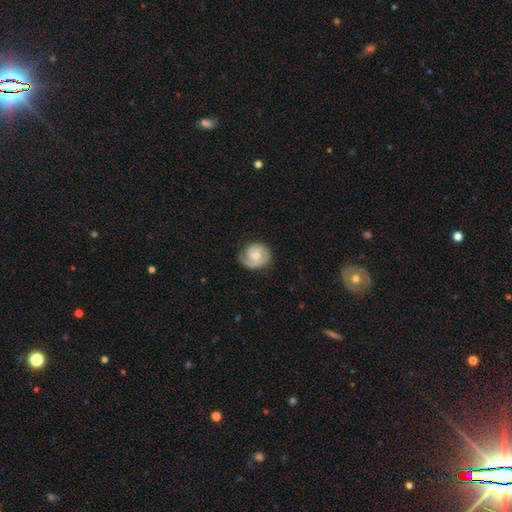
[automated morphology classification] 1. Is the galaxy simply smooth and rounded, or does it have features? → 53% featured or disk, 41% smooth, 6% star or artifact.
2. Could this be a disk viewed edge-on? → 97% no, 3% yes.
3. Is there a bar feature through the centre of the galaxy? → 75% no, 22% weak, 3% strong.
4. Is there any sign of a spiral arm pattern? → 85% yes, 15% no.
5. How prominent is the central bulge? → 48% moderate, 45% small, 3% large, 3% none, 1% dominant.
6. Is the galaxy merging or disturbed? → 67% none, 23% minor disturbance, 9% major disturbance, 1% merger.